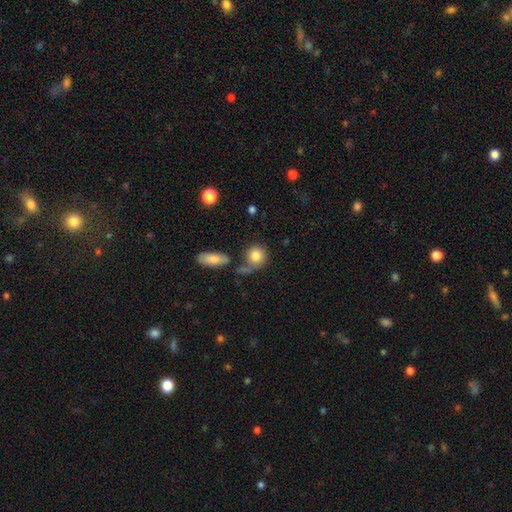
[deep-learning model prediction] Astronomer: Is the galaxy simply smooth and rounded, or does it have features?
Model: smooth — 84%.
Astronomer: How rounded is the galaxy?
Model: round — 81%.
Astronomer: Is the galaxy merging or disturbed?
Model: none — 61%.